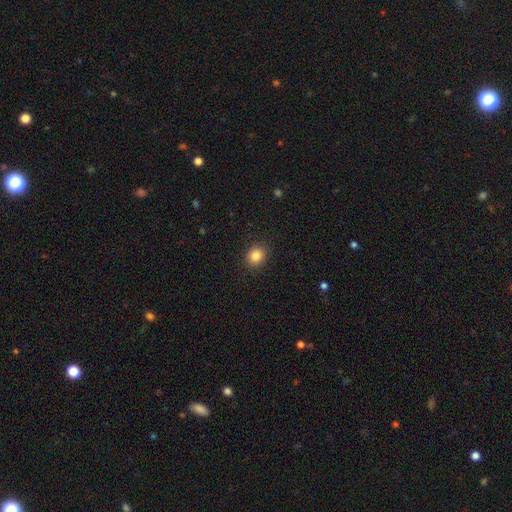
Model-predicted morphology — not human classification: A smooth galaxy with no disk features (85%) that is round (66%). Merging: none (90%).